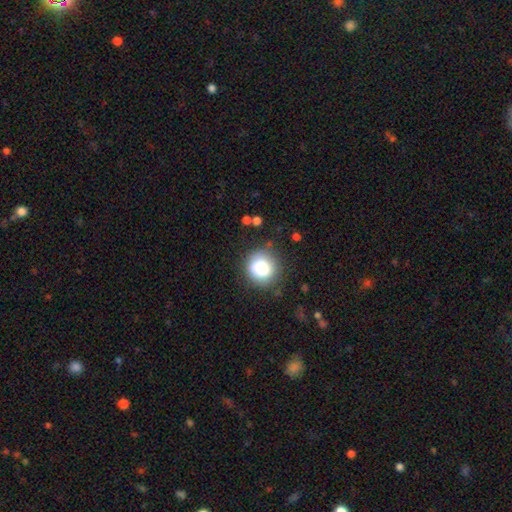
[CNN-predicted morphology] The model was most divided on "smooth or featured": smooth: 80%, star or artifact: 13%, featured or disk: 7%. More confident: how rounded — round (90%); merging — none (84%).